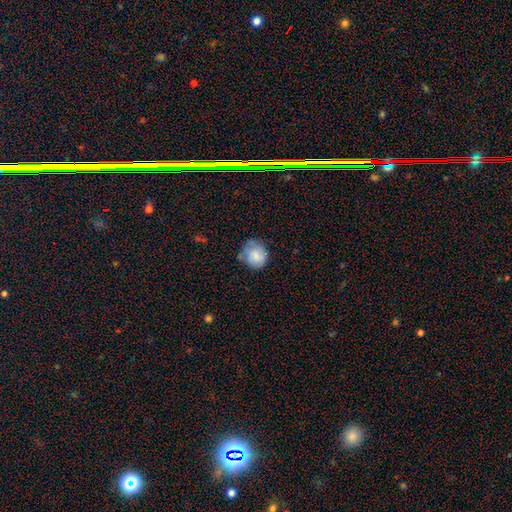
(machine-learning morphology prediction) This appears to be a smooth galaxy with no disk features (77%) that is round (81%). Merging: none (54%).